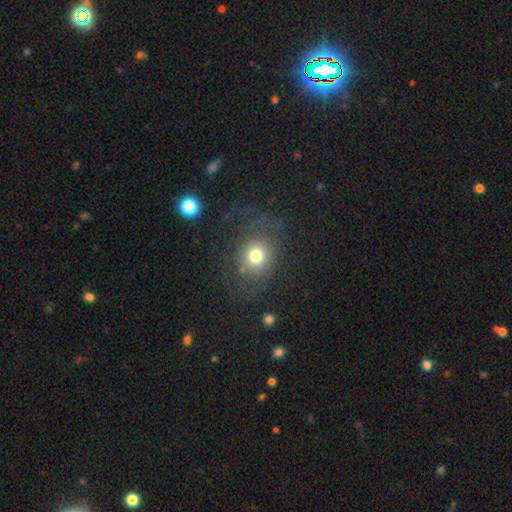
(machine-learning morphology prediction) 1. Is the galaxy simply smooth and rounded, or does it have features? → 67% smooth, 18% featured or disk, 15% star or artifact.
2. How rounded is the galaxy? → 74% round, 25% in between, 1% cigar-shaped.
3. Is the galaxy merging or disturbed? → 66% none, 16% major disturbance, 15% minor disturbance, 2% merger.